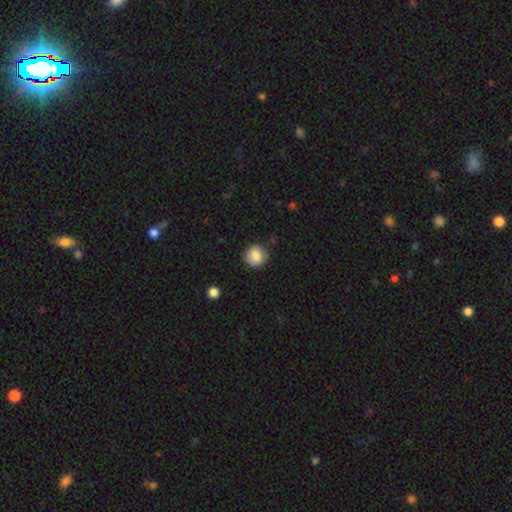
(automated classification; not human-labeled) The model was most divided on "merging": none: 84%, minor disturbance: 12%, major disturbance: 3%, merger: 1%. More confident: how rounded — round (88%); smooth or featured — smooth (84%).